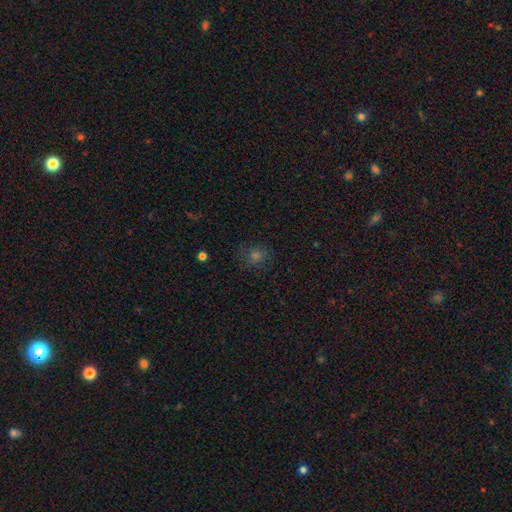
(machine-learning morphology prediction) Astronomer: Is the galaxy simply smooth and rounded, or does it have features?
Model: smooth — 56%.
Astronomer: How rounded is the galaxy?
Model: round — 79%.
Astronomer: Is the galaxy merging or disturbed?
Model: none — 79%.